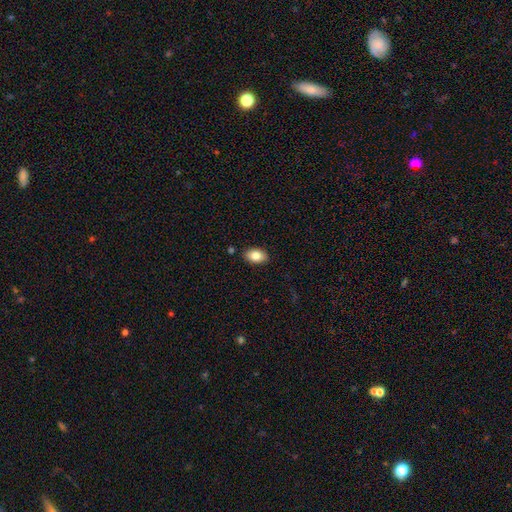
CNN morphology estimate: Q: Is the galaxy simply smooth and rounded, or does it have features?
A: smooth — 83%.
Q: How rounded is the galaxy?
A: in between — 90%.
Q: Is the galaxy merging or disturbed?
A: none — 88%.